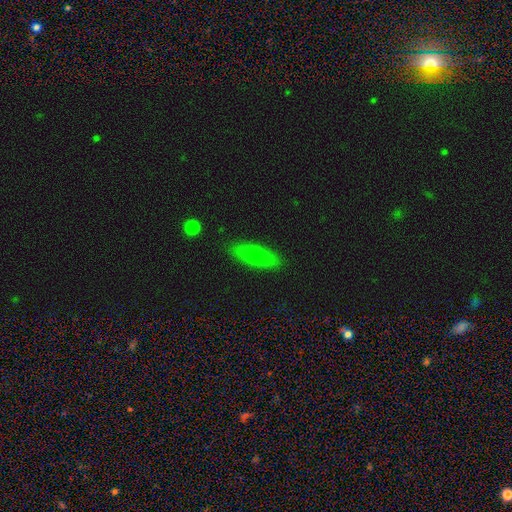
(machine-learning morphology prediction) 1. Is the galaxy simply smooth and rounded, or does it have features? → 66% smooth, 26% featured or disk, 7% star or artifact.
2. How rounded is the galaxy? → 52% in between, 45% cigar-shaped, 4% round.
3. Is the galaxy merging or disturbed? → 87% none, 10% minor disturbance, 2% major disturbance, 1% merger.